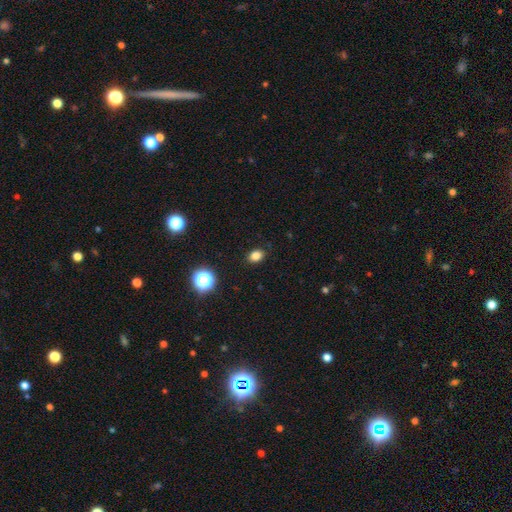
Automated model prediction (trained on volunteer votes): Smooth or featured? Predicted: smooth (p=0.82). How rounded? Predicted: in between (p=0.65). Merging? Predicted: none (p=0.88).